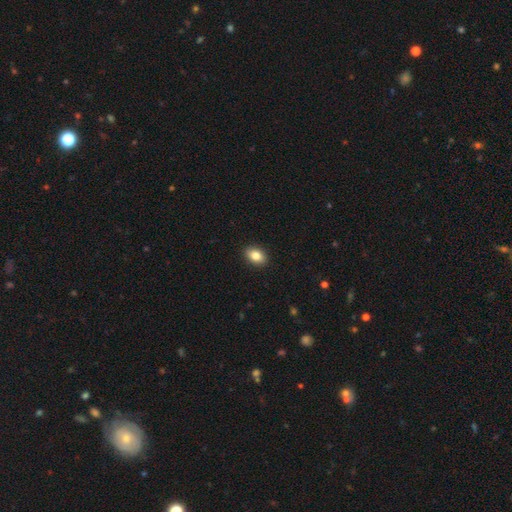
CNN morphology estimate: A smooth galaxy with no disk features (83%) that is in between round and cigar-shaped (83%).

Vote fractions:
- Smooth or featured? smooth: 83% / featured or disk: 9% / star or artifact: 8%
- How rounded? in between: 83% / round: 15% / cigar-shaped: 1%
- Merging? none: 91% / minor disturbance: 7% / major disturbance: 2% / merger: 1%